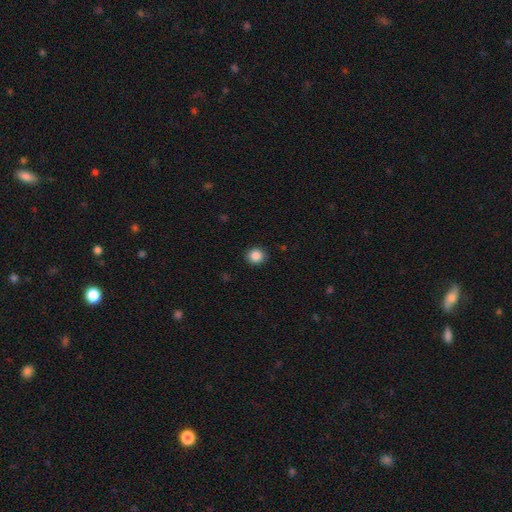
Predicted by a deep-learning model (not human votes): smooth 87%, star or artifact 10%, featured or disk 3%. Down the decision tree: how rounded — round (84%); merging — none (90%).